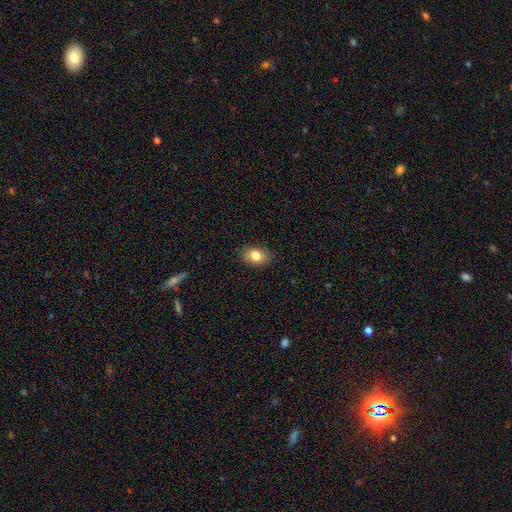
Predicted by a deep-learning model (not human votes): This is clearly a smooth galaxy (82%). How rounded: likely in between (77%). Merging: clearly none (88%).